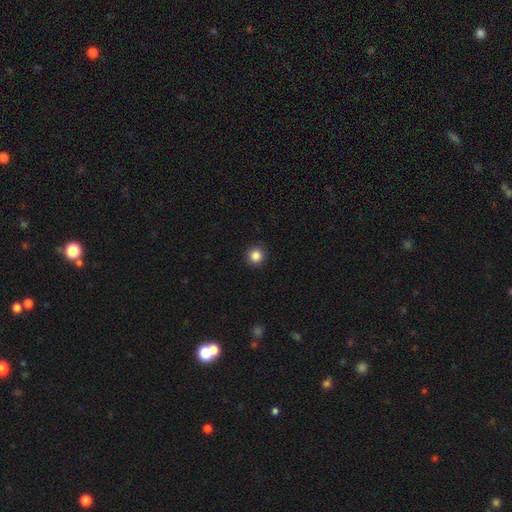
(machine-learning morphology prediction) This appears to be a smooth galaxy with no disk features (86%) that is round (95%). Merging: none (92%).